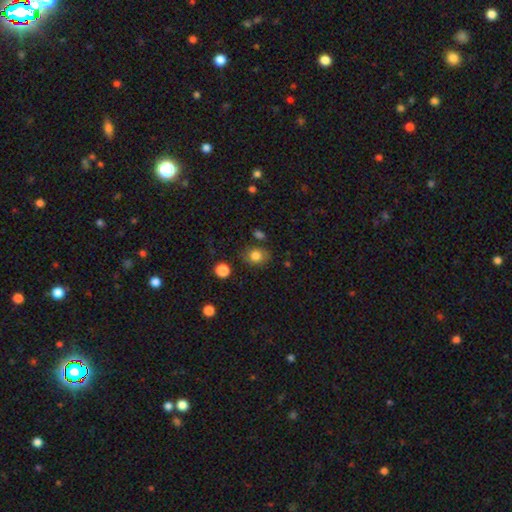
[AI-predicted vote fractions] Q: Smooth or featured?
A: smooth (82%); runner-up: star or artifact (11%)
Q: How rounded?
A: round (51%); runner-up: in between (48%)
Q: Merging?
A: none (77%); runner-up: minor disturbance (15%)